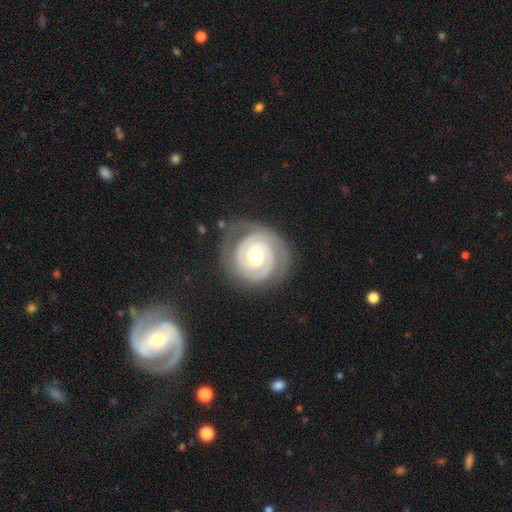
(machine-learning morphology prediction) Smooth or featured? Predicted: featured or disk (p=0.89). Edge-on disk? Predicted: no (p=0.98). Bar? Predicted: no (p=0.59). Spiral arms? Predicted: yes (p=0.97). Spiral winding? Predicted: tight (p=0.82). Spiral arm count? Predicted: 2 (p=0.70). Bulge size? Predicted: moderate (p=0.63). Merging? Predicted: none (p=0.75).